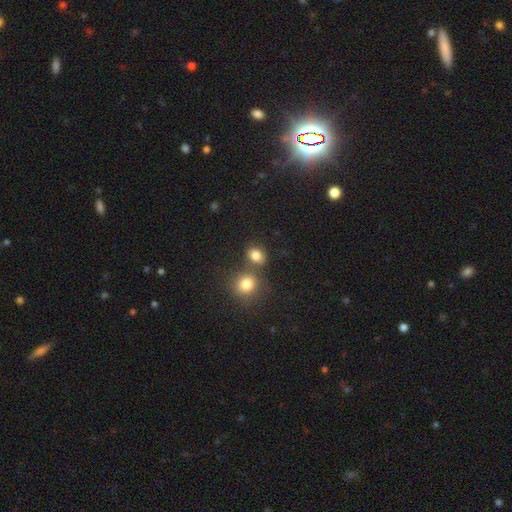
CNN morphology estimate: smooth_or_featured: smooth (p=0.81) [alt: star or artifact p=0.13]
how_rounded: round (p=0.59) [alt: in between p=0.40]
merging: none (p=0.62) [alt: merger p=0.25]